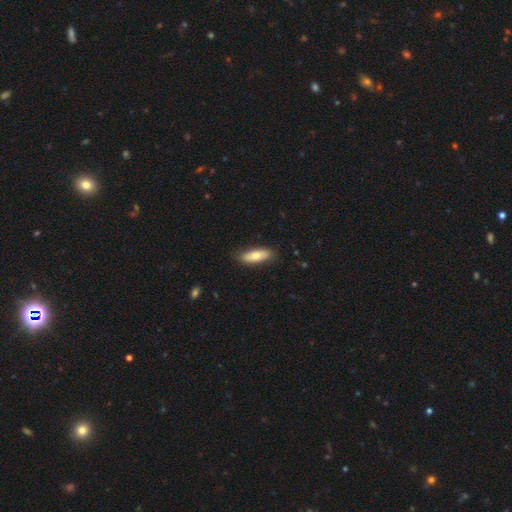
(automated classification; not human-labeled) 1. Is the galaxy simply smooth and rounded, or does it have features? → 73% smooth, 22% featured or disk, 6% star or artifact.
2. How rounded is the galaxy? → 60% in between, 38% cigar-shaped, 2% round.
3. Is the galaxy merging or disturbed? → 84% none, 13% minor disturbance, 2% major disturbance, 1% merger.